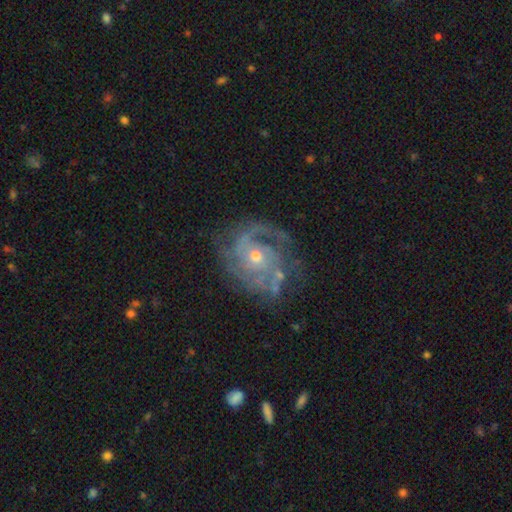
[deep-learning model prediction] A featured or disk galaxy (86%) with no bar (73%), 2 (33%) tight (52%) spiral arms (93%) and a small central bulge (49%). Merging: none (62%).